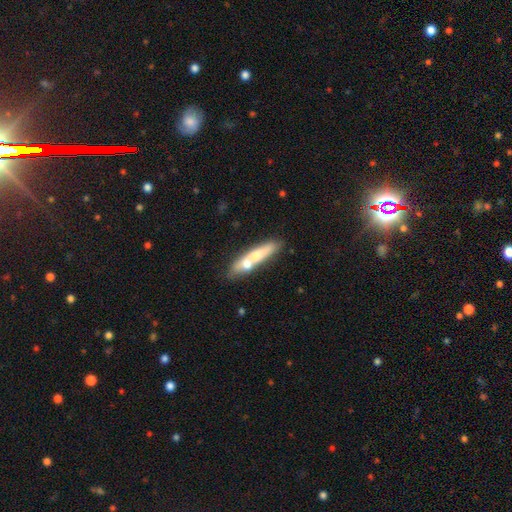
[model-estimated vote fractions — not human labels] Overall: smooth (52%; featured or disk 41%). How rounded: cigar-shaped (81%). Merging: none (54%; merger 29%).